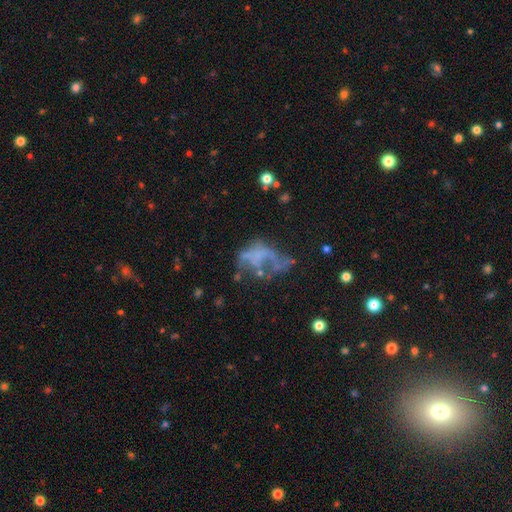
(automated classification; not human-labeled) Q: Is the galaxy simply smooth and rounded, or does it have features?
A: featured or disk — 56%.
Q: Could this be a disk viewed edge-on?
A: no — 97%.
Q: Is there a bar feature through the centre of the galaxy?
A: no — 89%.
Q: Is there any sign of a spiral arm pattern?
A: no — 89%.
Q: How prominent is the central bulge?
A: none — 82%.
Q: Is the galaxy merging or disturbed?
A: major disturbance — 42%.